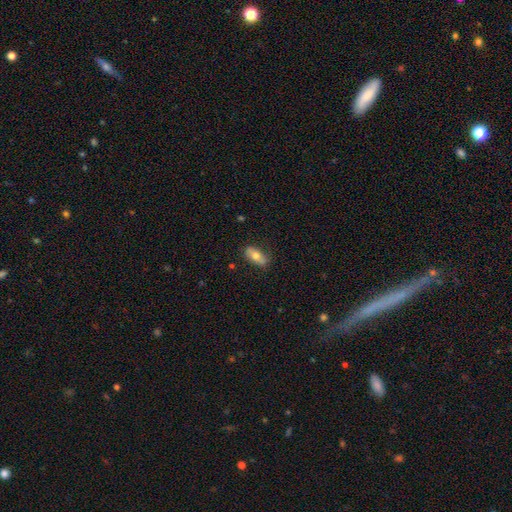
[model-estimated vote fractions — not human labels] Smooth or featured?
  - smooth: 69% *
  - featured or disk: 24%
  - star or artifact: 7%
How rounded?
  - in between: 82% *
  - cigar-shaped: 15%
  - round: 3%
Merging?
  - none: 80% *
  - minor disturbance: 16%
  - major disturbance: 3%
  - merger: 1%